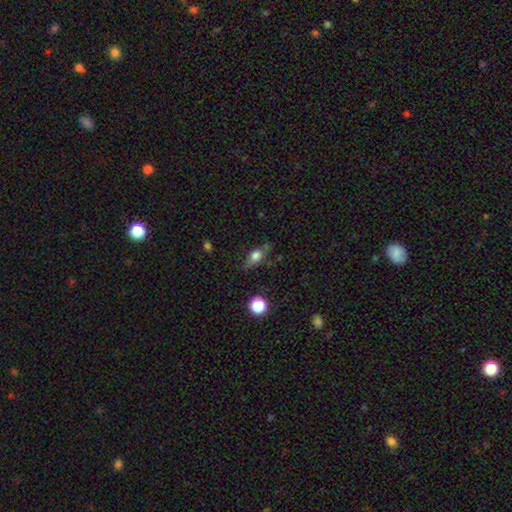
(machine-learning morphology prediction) Smooth or featured? Predicted: smooth (p=0.66). How rounded? Predicted: in between (p=0.66). Merging? Predicted: none (p=0.66).